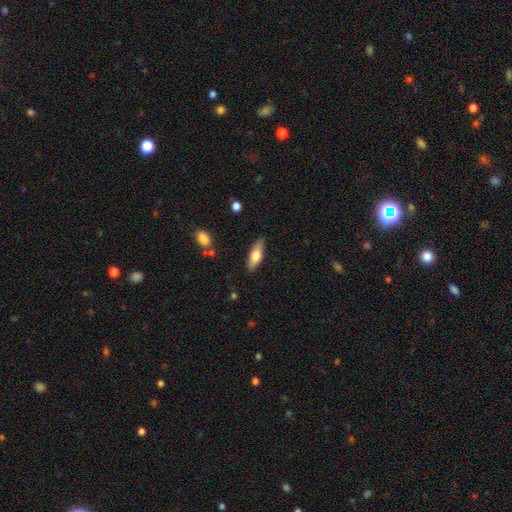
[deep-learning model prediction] smooth 67%, featured or disk 27%, star or artifact 6%. Down the decision tree: how rounded — in between (59%); merging — none (80%).